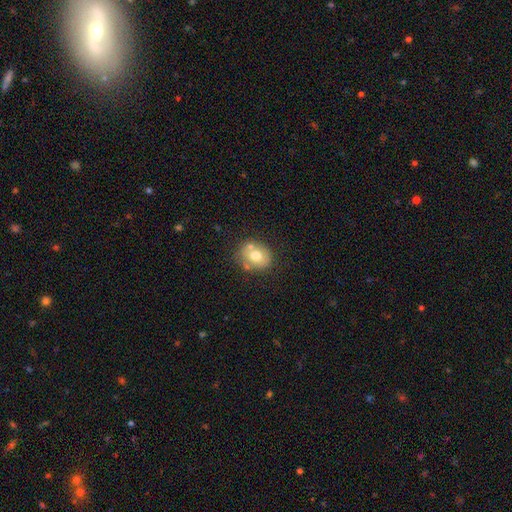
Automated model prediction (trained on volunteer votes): smooth_or_featured: smooth (p=0.68) [alt: featured or disk p=0.22]
how_rounded: round (p=0.63) [alt: in between p=0.36]
merging: none (p=0.62) [alt: minor disturbance p=0.17]